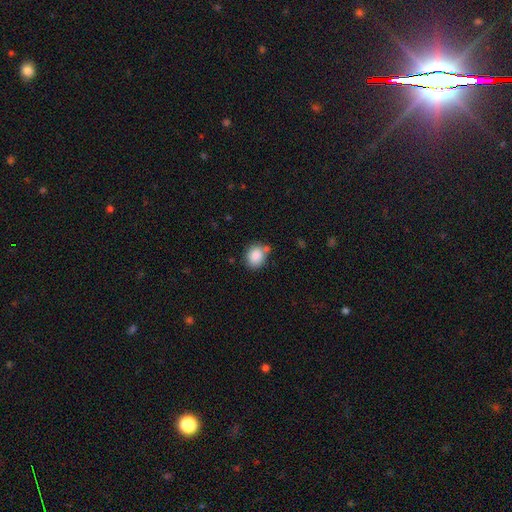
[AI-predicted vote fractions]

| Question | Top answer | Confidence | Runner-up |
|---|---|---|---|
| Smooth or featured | smooth | 87% | star or artifact (8%) |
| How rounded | round | 66% | in between (34%) |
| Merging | none | 71% | minor disturbance (15%) |